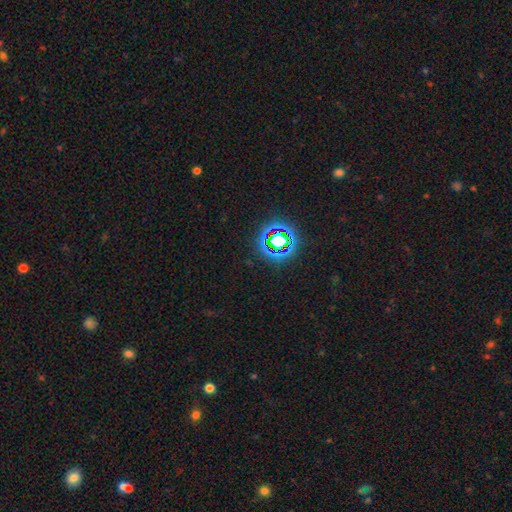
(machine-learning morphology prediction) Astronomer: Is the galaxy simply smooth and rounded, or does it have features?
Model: star or artifact — 77%.